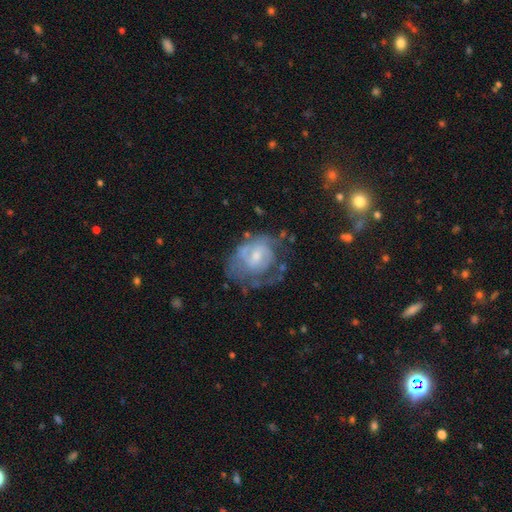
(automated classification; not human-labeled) smooth_or_featured: featured or disk (p=0.72) [alt: smooth p=0.21]
disk_edge_on: no (p=0.97) [alt: yes p=0.03]
bar: no (p=0.49) [alt: weak p=0.44]
has_spiral_arms: yes (p=0.74) [alt: no p=0.26]
spiral_winding: tight (p=0.49) [alt: medium p=0.37]
spiral_arm_count: can't tell (p=0.42) [alt: 2 p=0.32]
bulge_size: small (p=0.49) [alt: moderate p=0.41]
merging: none (p=0.44) [alt: major disturbance p=0.26]